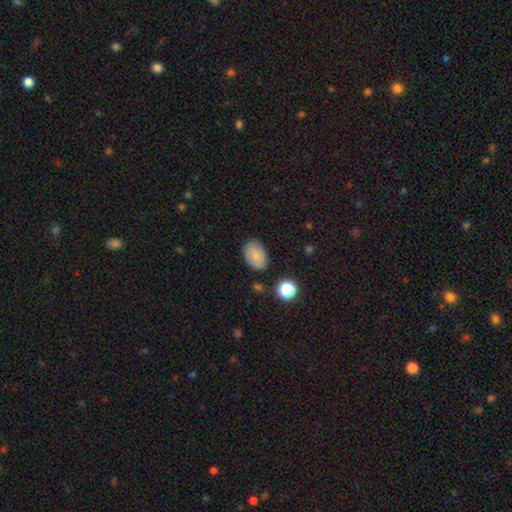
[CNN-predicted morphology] This is likely a smooth galaxy (80%). How rounded: clearly in between (85%). Merging: clearly none (81%).